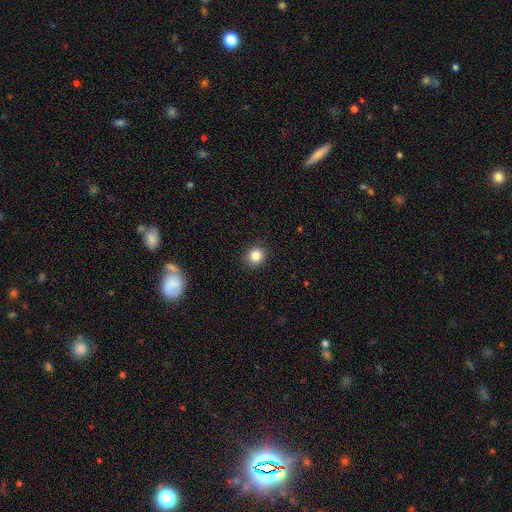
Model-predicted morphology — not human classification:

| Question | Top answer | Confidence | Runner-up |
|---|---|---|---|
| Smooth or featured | smooth | 84% | star or artifact (11%) |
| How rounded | round | 88% | in between (11%) |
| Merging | none | 90% | minor disturbance (7%) |